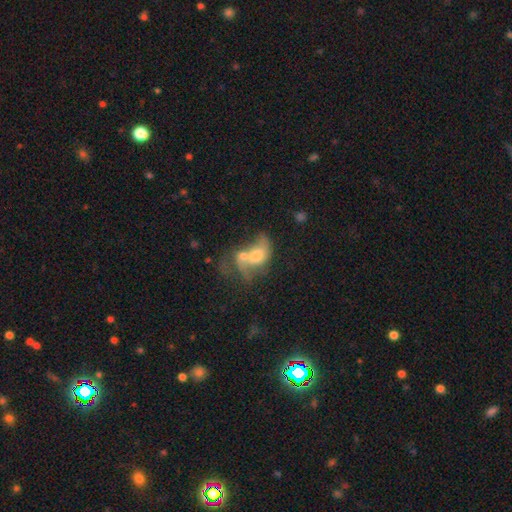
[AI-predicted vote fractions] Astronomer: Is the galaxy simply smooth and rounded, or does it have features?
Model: smooth — 45%, tied with featured or disk at 45%.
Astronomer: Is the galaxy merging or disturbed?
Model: merger — 63%.